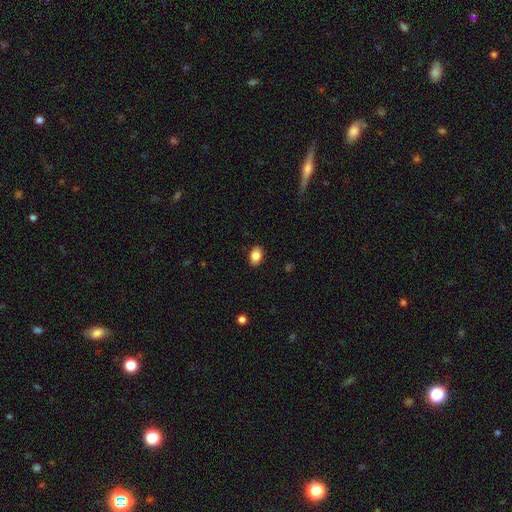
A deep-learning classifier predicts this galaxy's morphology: Overall: smooth (86%). How rounded: in between (86%). Merging: none (88%).